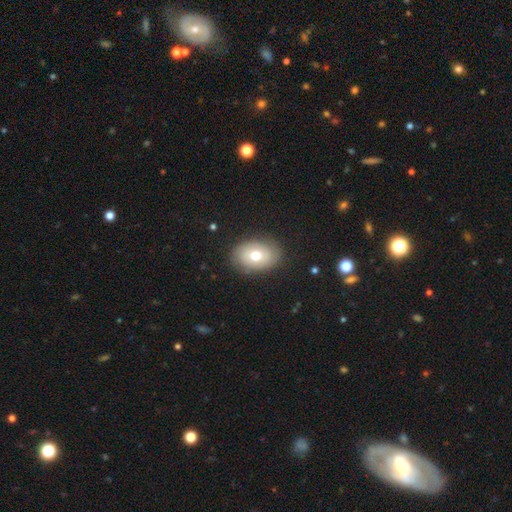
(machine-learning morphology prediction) Q: Smooth or featured?
A: smooth (60%); runner-up: featured or disk (32%)
Q: How rounded?
A: in between (78%); runner-up: round (21%)
Q: Merging?
A: none (82%); runner-up: minor disturbance (13%)